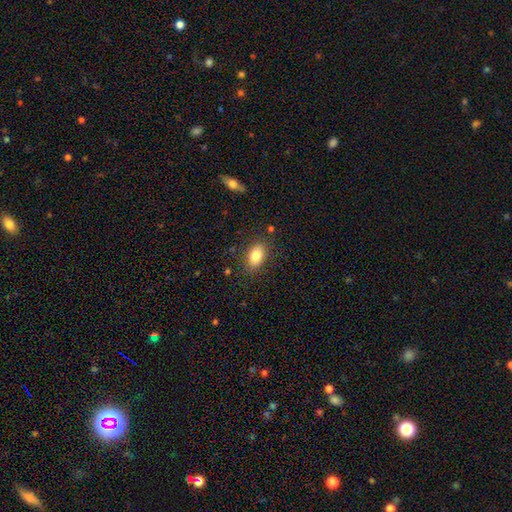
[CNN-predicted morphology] A smooth galaxy with no disk features (82%) that is in between round and cigar-shaped (88%). Merging: none (83%).